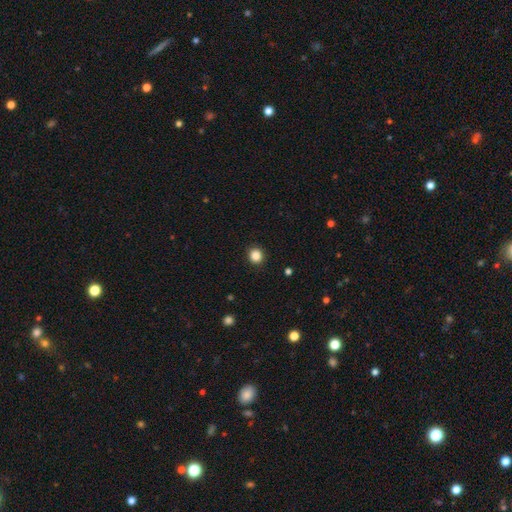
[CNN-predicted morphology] Smooth or featured: smooth — 87% (star or artifact — 11%)
How rounded: round — 88% (in between — 11%)
Merging: none — 92% (minor disturbance — 5%)